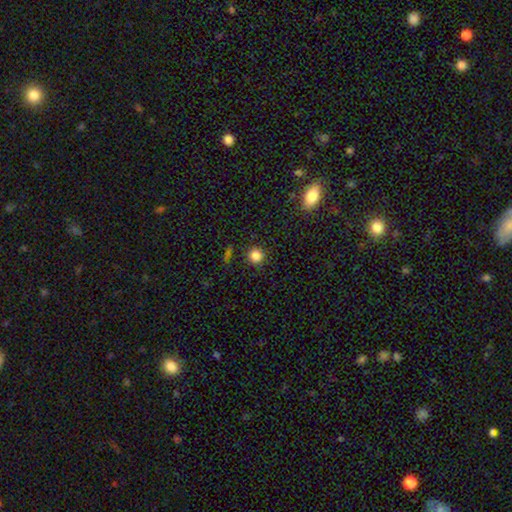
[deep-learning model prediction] smooth 83%, star or artifact 12%, featured or disk 4%. Down the decision tree: how rounded — round (93%); merging — none (90%).